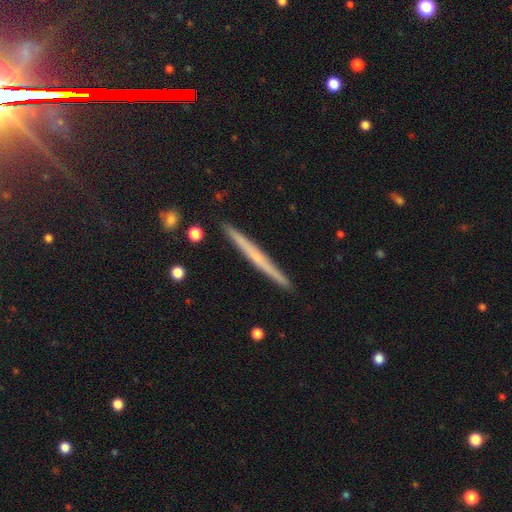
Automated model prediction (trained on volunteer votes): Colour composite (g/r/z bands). It shows a featured or disk galaxy (57%) viewed edge-on (98%) with no central bulge (72%). Merging: none (91%).